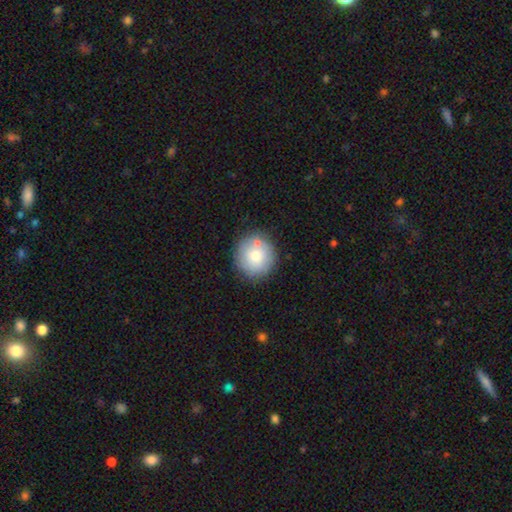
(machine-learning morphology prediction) Smooth or featured: smooth — 74% (featured or disk — 18%)
How rounded: round — 92% (in between — 7%)
Merging: none — 76% (minor disturbance — 12%)